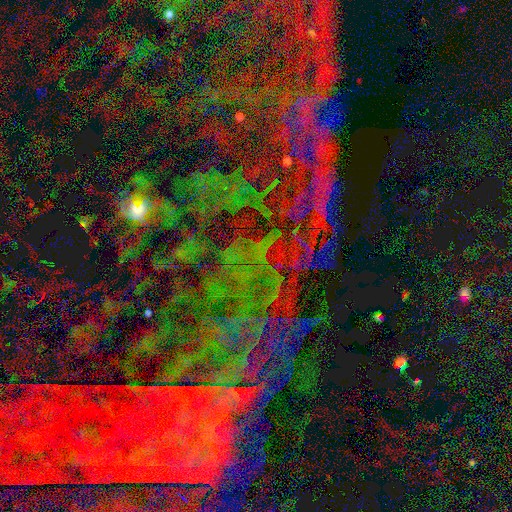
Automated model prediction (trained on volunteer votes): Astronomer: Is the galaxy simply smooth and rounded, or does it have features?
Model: star or artifact — 80%.